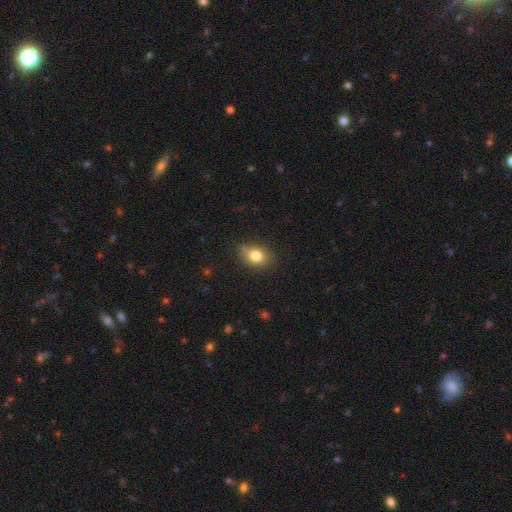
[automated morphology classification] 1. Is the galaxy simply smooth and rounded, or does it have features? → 79% smooth, 11% featured or disk, 10% star or artifact.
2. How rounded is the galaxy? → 72% in between, 27% round, 2% cigar-shaped.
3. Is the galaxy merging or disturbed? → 68% none, 24% minor disturbance, 5% major disturbance, 3% merger.